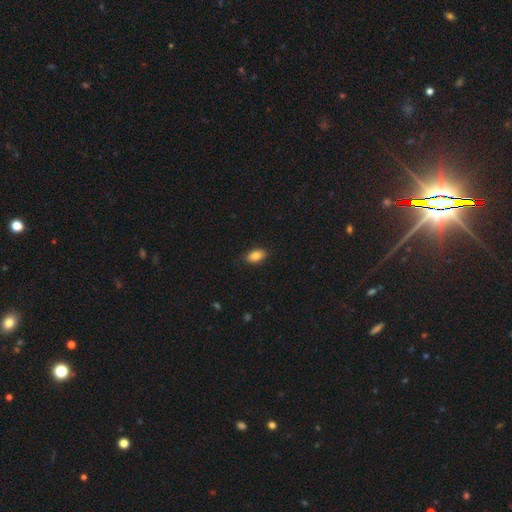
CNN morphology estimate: Q: Smooth or featured?
A: smooth (85%); runner-up: star or artifact (8%)
Q: How rounded?
A: in between (91%); runner-up: round (7%)
Q: Merging?
A: none (87%); runner-up: minor disturbance (10%)